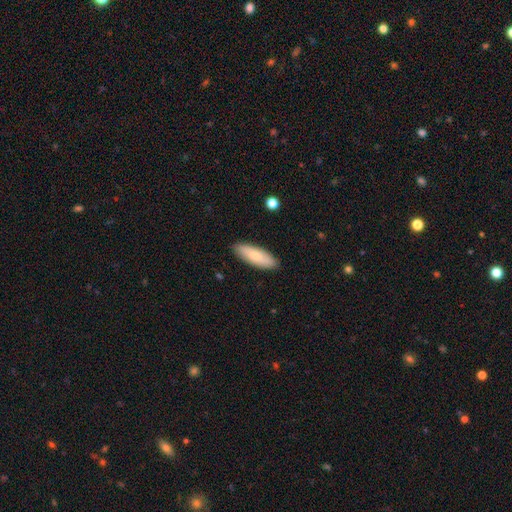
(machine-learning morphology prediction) Smooth or featured?
  - smooth: 73% *
  - featured or disk: 22%
  - star or artifact: 6%
How rounded?
  - in between: 64% *
  - cigar-shaped: 34%
  - round: 2%
Merging?
  - none: 87% *
  - minor disturbance: 10%
  - major disturbance: 2%
  - merger: 1%